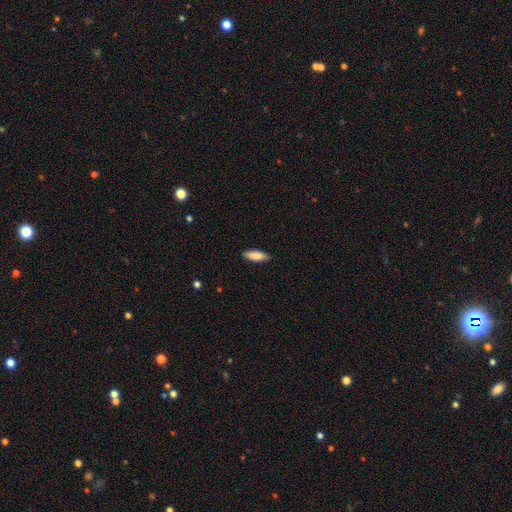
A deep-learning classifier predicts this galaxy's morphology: This is clearly a smooth galaxy (88%). How rounded: likely in between (67%). Merging: clearly none (89%).